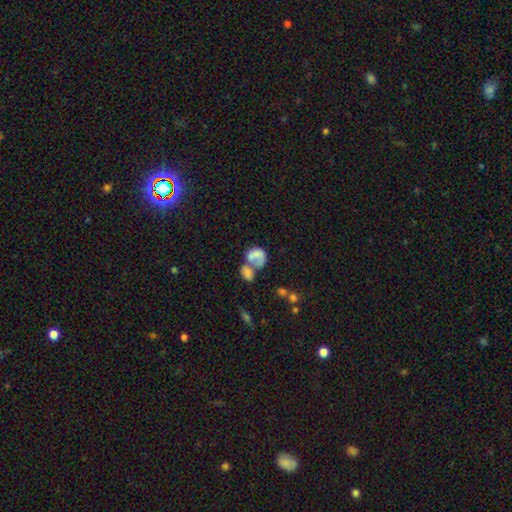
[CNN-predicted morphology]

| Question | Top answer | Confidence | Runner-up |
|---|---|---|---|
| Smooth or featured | smooth | 61% | featured or disk (29%) |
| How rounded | in between | 68% | round (31%) |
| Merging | merger | 58% | major disturbance (17%) |